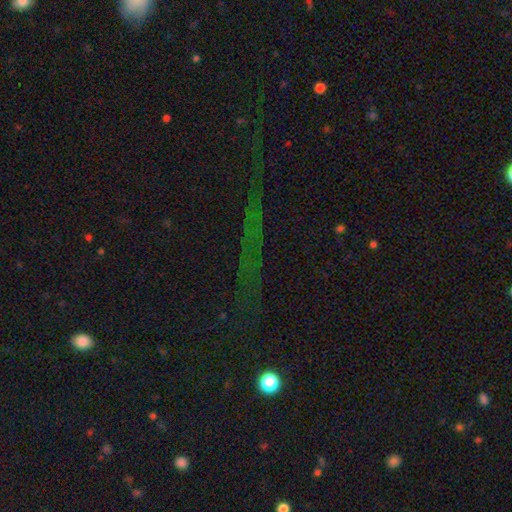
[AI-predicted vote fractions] This appears to be a star or artifact, not a galaxy (70%).